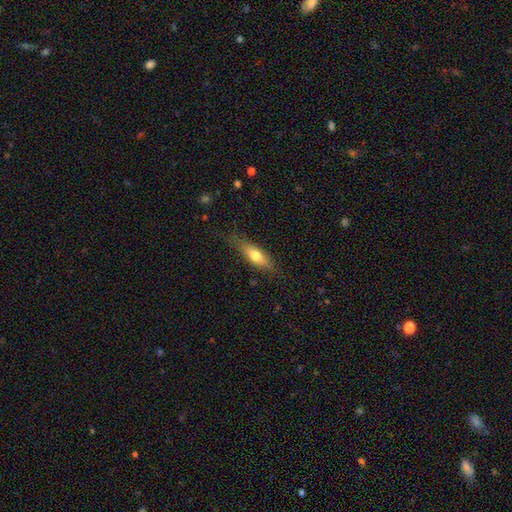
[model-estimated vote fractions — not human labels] Q: Smooth or featured?
A: smooth (62%); runner-up: featured or disk (31%)
Q: How rounded?
A: cigar-shaped (50%); runner-up: in between (47%)
Q: Merging?
A: none (73%); runner-up: minor disturbance (20%)